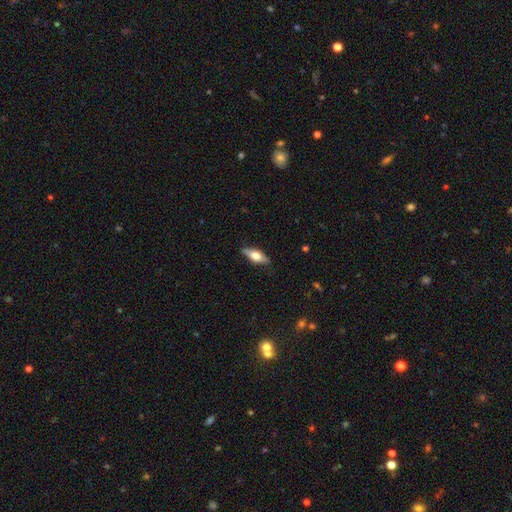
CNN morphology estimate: smooth-or-featured: smooth: 50% | featured or disk: 44% | star or artifact: 6%
  merging: none: 82% | minor disturbance: 14% | major disturbance: 3% | merger: 1%